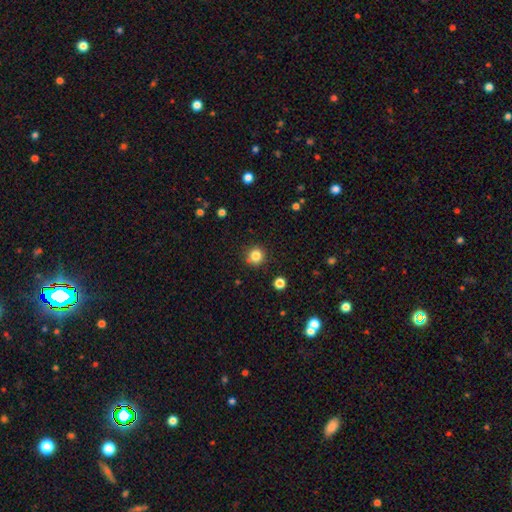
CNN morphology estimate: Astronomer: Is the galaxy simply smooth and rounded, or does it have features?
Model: smooth — 83%.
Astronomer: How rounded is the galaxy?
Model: round — 93%.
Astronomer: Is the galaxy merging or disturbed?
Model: none — 88%.